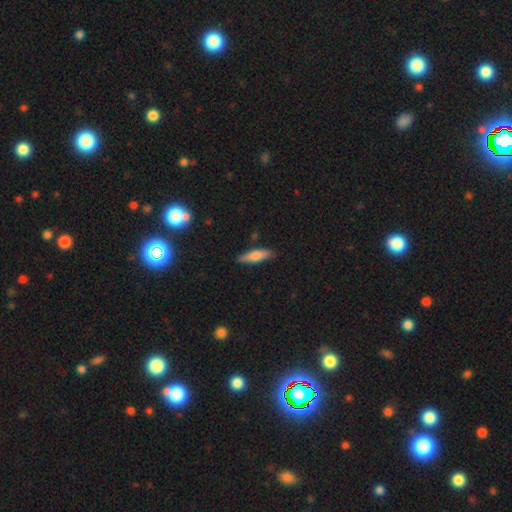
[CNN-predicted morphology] This is likely a smooth galaxy (67%). How rounded: likely cigar-shaped (67%). Merging: clearly none (83%).